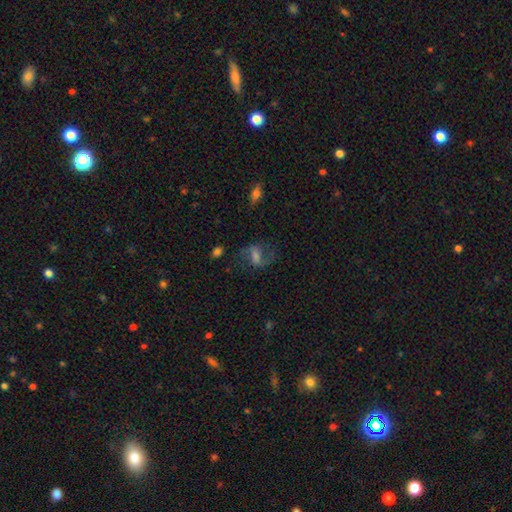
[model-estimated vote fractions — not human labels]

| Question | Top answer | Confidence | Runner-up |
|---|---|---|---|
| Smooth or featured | featured or disk | 65% | smooth (22%) |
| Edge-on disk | no | 96% | yes (4%) |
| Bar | weak | 45% | strong (34%) |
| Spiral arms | yes | 89% | no (11%) |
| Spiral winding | loose | 53% | medium (39%) |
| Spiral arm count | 2 | 88% | can't tell (5%) |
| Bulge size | moderate | 31% | small (25%) |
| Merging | none | 66% | minor disturbance (16%) |